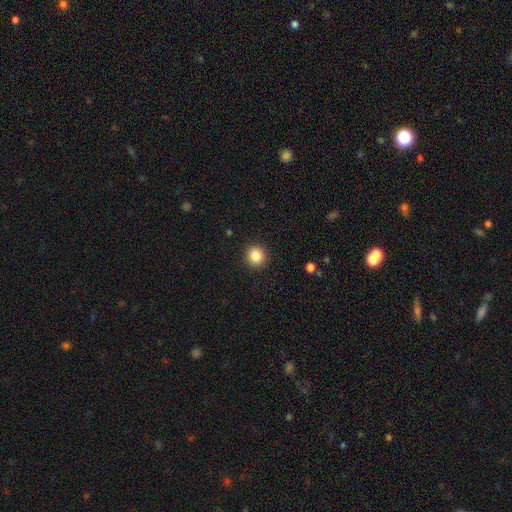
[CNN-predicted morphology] Smooth or featured: smooth — 85% (star or artifact — 10%)
How rounded: round — 94% (in between — 5%)
Merging: none — 92% (minor disturbance — 5%)